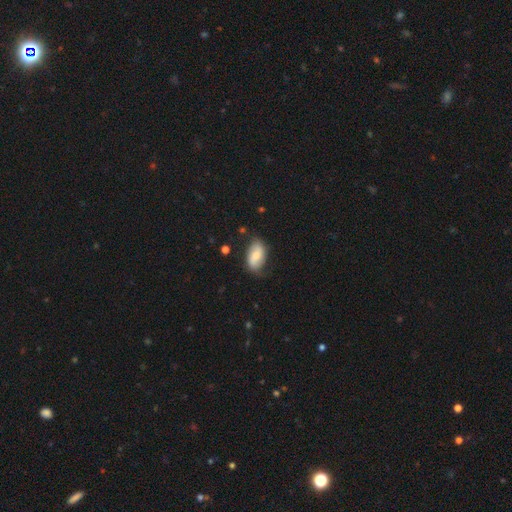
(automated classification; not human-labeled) smooth 64%, featured or disk 29%, star or artifact 7%. Down the decision tree: how rounded — in between (93%); merging — none (71%).